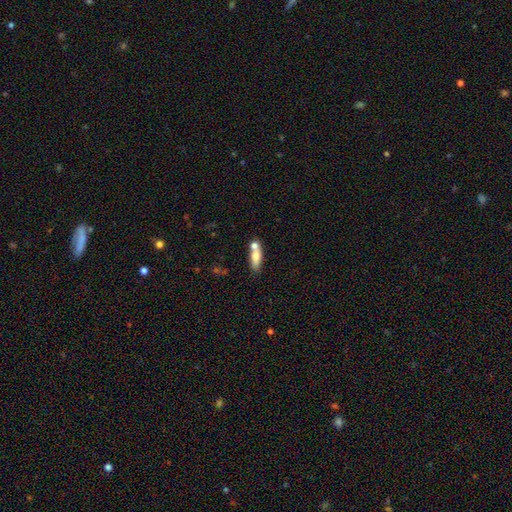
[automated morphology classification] This is likely a smooth galaxy (69%). How rounded: likely in between (62%). Merging: marginally none (43%).